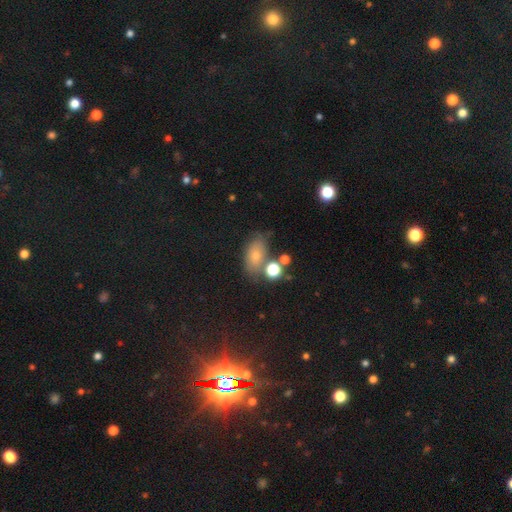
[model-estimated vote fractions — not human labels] A smooth galaxy with no disk features (71%) that is in between round and cigar-shaped (82%).

Vote fractions:
- Smooth or featured? smooth: 71% / featured or disk: 16% / star or artifact: 13%
- How rounded? in between: 82% / round: 15% / cigar-shaped: 3%
- Merging? none: 57% / minor disturbance: 19% / merger: 16% / major disturbance: 8%